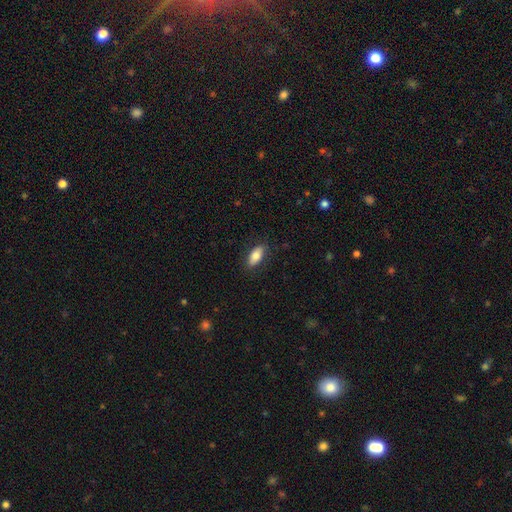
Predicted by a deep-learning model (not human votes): smooth-or-featured: smooth: 79% | featured or disk: 15% | star or artifact: 6%
  how-rounded: in between: 85% | cigar-shaped: 12% | round: 3%
  merging: none: 86% | minor disturbance: 11% | major disturbance: 3% | merger: 1%